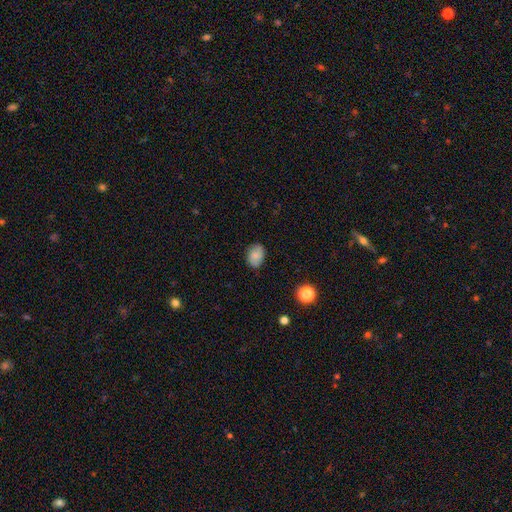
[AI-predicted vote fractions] Q: Smooth or featured?
A: smooth (78%); runner-up: featured or disk (13%)
Q: How rounded?
A: in between (75%); runner-up: round (24%)
Q: Merging?
A: none (82%); runner-up: minor disturbance (14%)